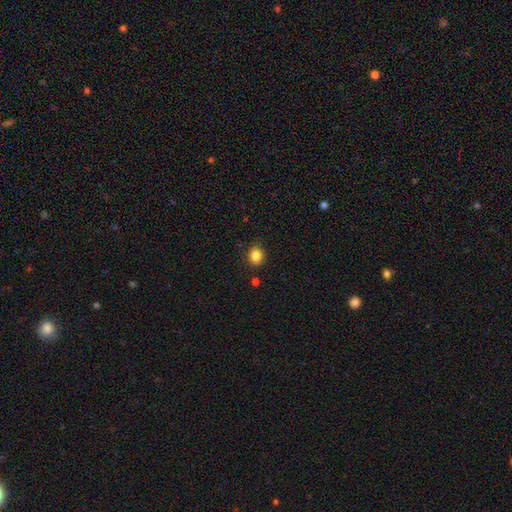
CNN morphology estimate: Smooth or featured? Predicted: smooth (p=0.85). How rounded? Predicted: round (p=0.67). Merging? Predicted: none (p=0.88).